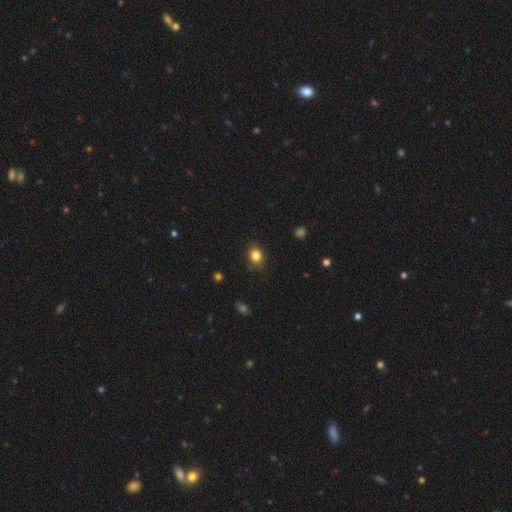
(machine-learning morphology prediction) type=smooth (83%); roundness=round (53%); merging=none (83%).